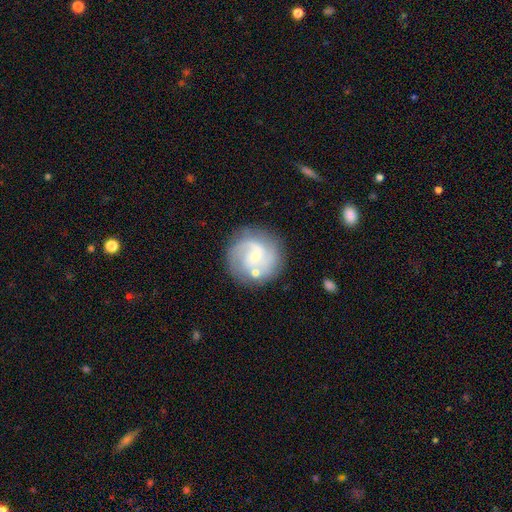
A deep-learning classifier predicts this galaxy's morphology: Smooth or featured? featured or disk (68%)
Edge-on disk? no (98%)
Bar? no (50%)
Spiral arms? yes (88%)
Spiral winding? medium (43%)
Spiral arm count? 2 (55%)
Bulge size? small (70%)
Merging? none (70%)